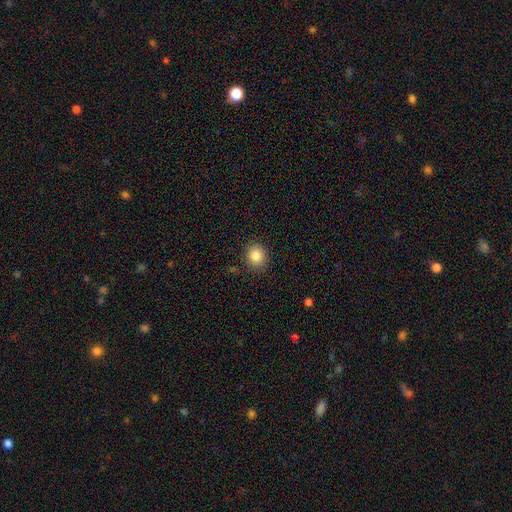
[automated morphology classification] Smooth or featured?
  - smooth: 85% *
  - star or artifact: 9%
  - featured or disk: 6%
How rounded?
  - round: 71% *
  - in between: 28%
  - cigar-shaped: 1%
Merging?
  - none: 87% *
  - minor disturbance: 9%
  - major disturbance: 3%
  - merger: 1%